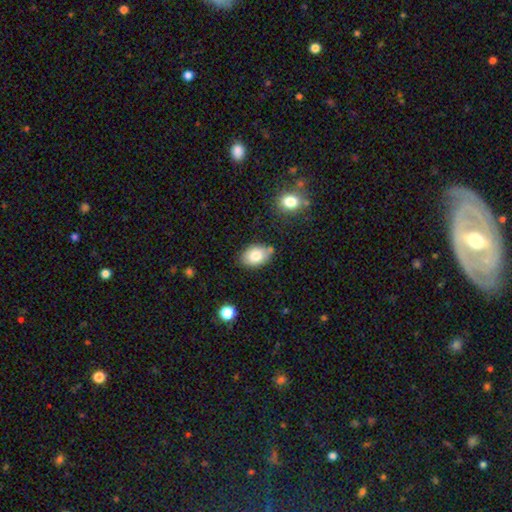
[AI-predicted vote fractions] Smooth or featured? smooth (82%)
How rounded? in between (83%)
Merging? none (76%)